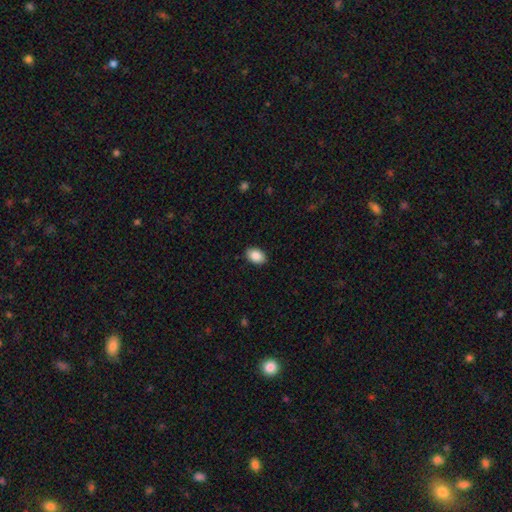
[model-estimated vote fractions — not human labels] smooth 88%, star or artifact 7%, featured or disk 5%. Down the decision tree: how rounded — in between (85%); merging — none (89%).